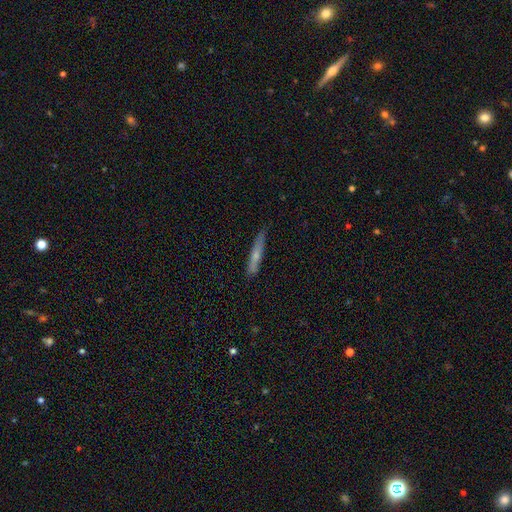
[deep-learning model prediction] A smooth galaxy with no disk features (58%) that is cigar-shaped (92%). Merging: none (79%).